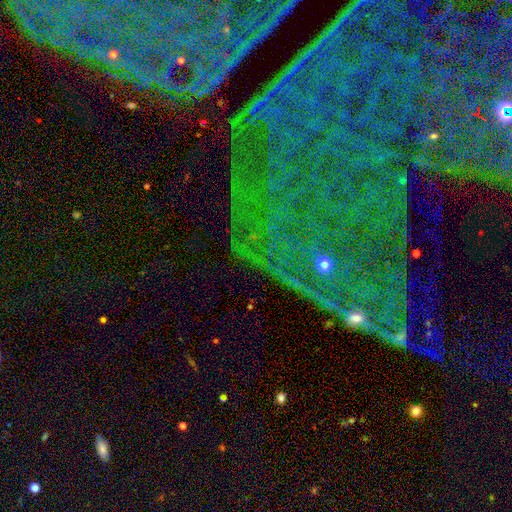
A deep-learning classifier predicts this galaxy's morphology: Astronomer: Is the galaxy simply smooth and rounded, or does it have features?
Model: star or artifact — 78%.